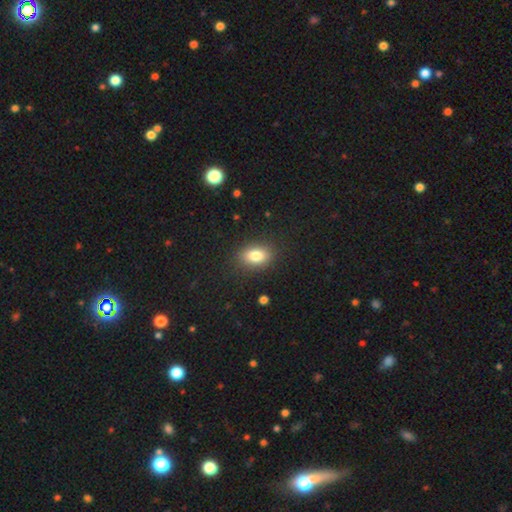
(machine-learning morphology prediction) smooth_or_featured: smooth (p=0.82) [alt: star or artifact p=0.10]
how_rounded: in between (p=0.78) [alt: round p=0.20]
merging: none (p=0.86) [alt: minor disturbance p=0.10]